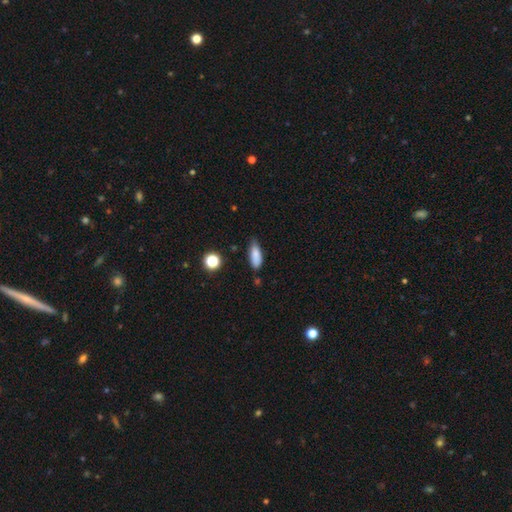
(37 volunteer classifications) This appears to be a smooth galaxy with no disk features (89%) that is cigar-shaped (58%). Merging: none (57%).